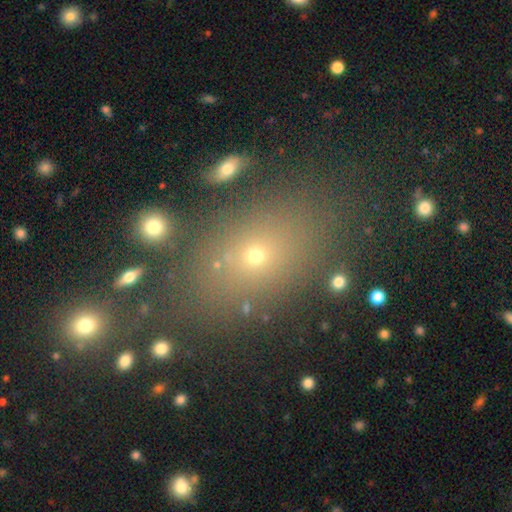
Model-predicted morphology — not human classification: Smooth or featured? smooth (61%)
How rounded? in between (68%)
Merging? none (72%)